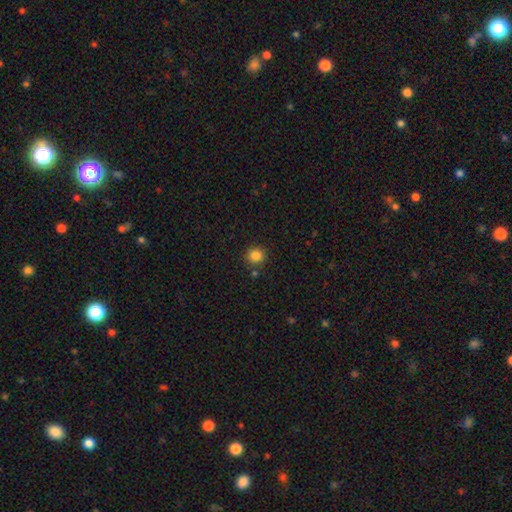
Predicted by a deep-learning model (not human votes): Morphology: type=smooth (84%); roundness=round (89%); merging=none (86%).